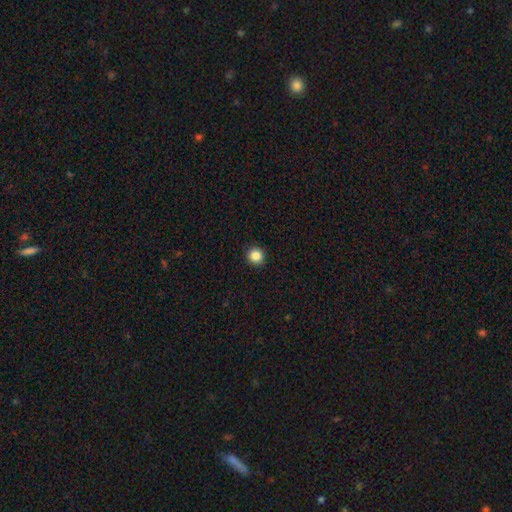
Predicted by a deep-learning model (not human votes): smooth_or_featured: smooth (p=0.85) [alt: star or artifact p=0.11]
how_rounded: round (p=0.95) [alt: in between p=0.04]
merging: none (p=0.93) [alt: minor disturbance p=0.05]